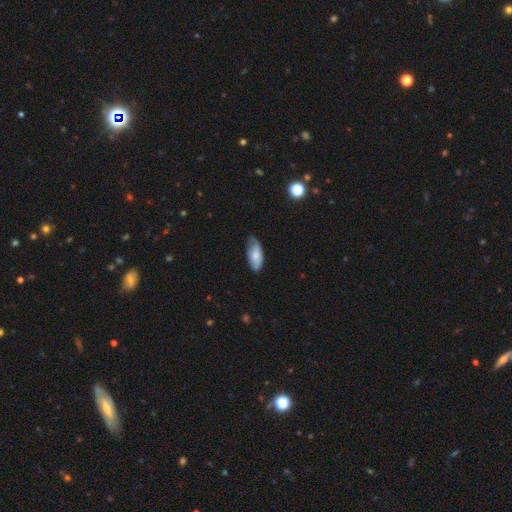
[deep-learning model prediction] This appears to be a smooth galaxy with no disk features (73%) that is in between round and cigar-shaped (87%). Merging: none (71%).